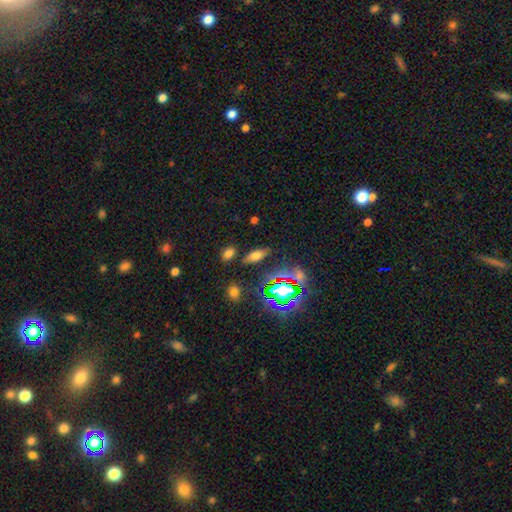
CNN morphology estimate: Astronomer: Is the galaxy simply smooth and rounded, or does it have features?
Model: smooth — 61%.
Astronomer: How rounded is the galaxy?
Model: in between — 72%.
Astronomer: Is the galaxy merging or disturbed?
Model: none — 80%.